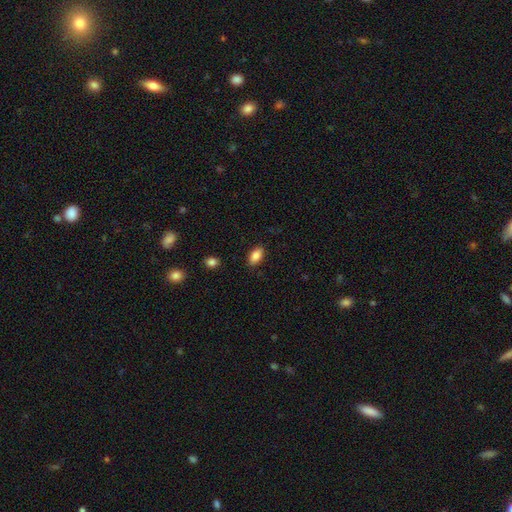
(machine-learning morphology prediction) Smooth or featured? smooth (87%)
How rounded? in between (91%)
Merging? none (87%)